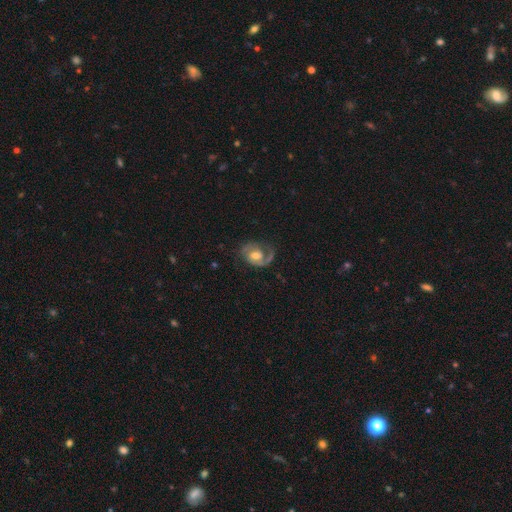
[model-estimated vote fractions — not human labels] smooth-or-featured: featured or disk: 79% | smooth: 15% | star or artifact: 6%
  disk-edge-on: no: 97% | yes: 3%
    bar: no: 52% | weak: 39% | strong: 9%
    has-spiral-arms: yes: 92% | no: 8%
      spiral-winding: medium: 47% | tight: 31% | loose: 22%
      spiral-arm-count: 2: 63% | 1: 29% | can't tell: 5% | 3: 1% | 4: 1% | more than 4: 1%
    bulge-size: moderate: 64% | small: 17% | large: 15% | none: 2% | dominant: 1%
  merging: none: 63% | minor disturbance: 20% | major disturbance: 16% | merger: 2%